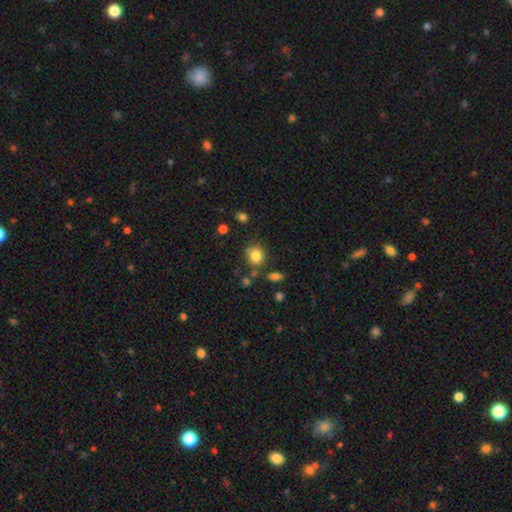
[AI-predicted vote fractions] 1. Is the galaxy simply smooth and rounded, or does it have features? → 83% smooth, 11% star or artifact, 7% featured or disk.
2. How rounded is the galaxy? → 77% round, 22% in between, 1% cigar-shaped.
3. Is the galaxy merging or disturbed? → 70% none, 16% minor disturbance, 9% merger, 5% major disturbance.